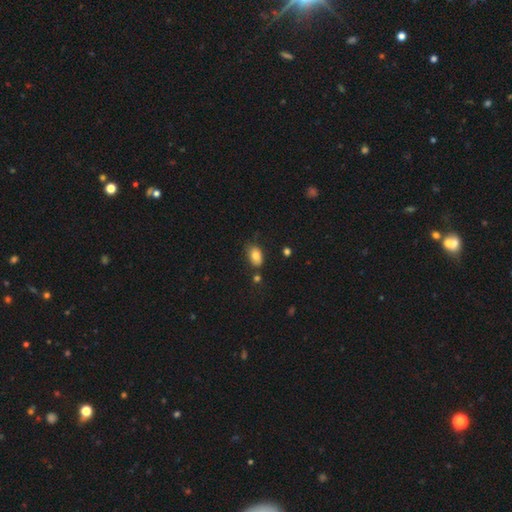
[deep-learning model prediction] A smooth galaxy with no disk features (81%) that is in between round and cigar-shaped (88%). Merging: none (67%).